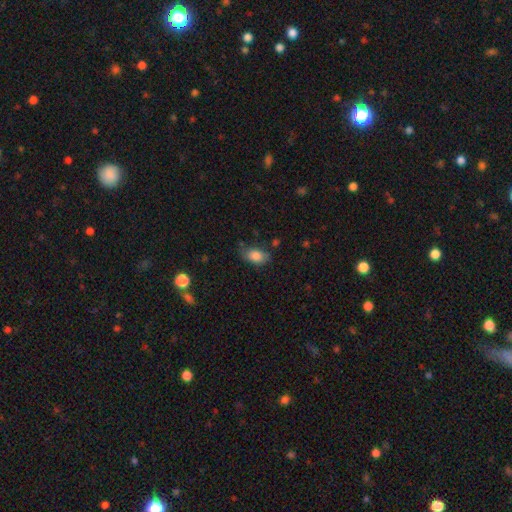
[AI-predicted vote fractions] Morphology: type=smooth (81%); roundness=in between (87%); merging=none (60%).